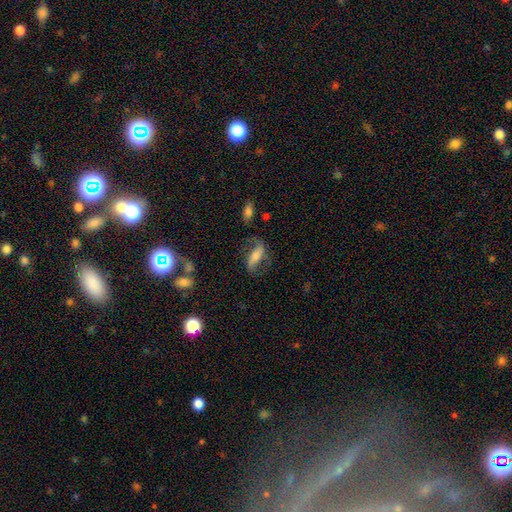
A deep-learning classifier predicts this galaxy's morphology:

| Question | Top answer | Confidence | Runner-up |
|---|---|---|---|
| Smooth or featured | featured or disk | 61% | smooth (30%) |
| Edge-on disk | no | 87% | yes (13%) |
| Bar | strong | 48% | weak (28%) |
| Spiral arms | yes | 83% | no (17%) |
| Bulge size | moderate | 39% | small (31%) |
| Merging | none | 64% | minor disturbance (19%) |